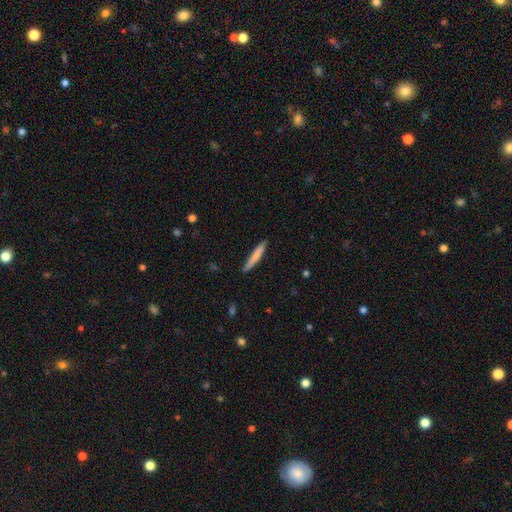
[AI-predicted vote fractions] smooth_or_featured: smooth (p=0.74) [alt: featured or disk p=0.21]
how_rounded: cigar-shaped (p=0.95) [alt: in between p=0.04]
merging: none (p=0.89) [alt: minor disturbance p=0.09]